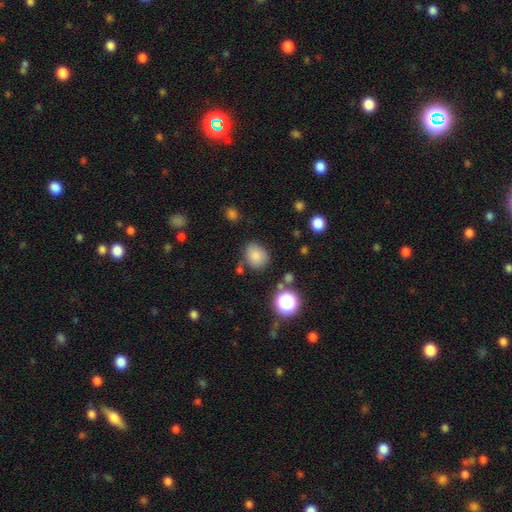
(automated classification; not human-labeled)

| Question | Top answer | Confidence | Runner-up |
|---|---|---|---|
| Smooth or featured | smooth | 81% | star or artifact (13%) |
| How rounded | round | 61% | in between (38%) |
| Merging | none | 73% | minor disturbance (17%) |